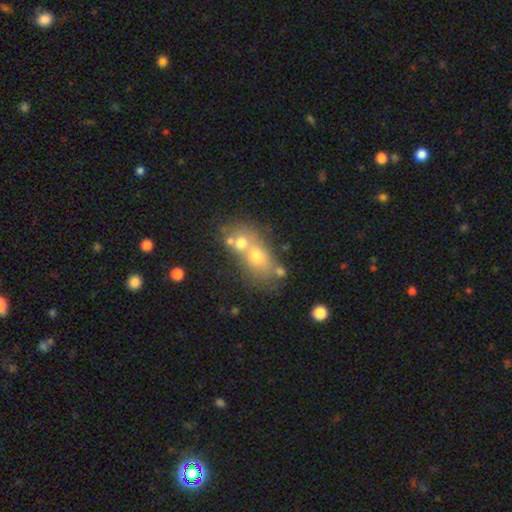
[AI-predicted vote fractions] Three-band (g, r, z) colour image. It shows a smooth galaxy with no disk features (58%) that is in between round and cigar-shaped (60%). Merging: merger (55%).